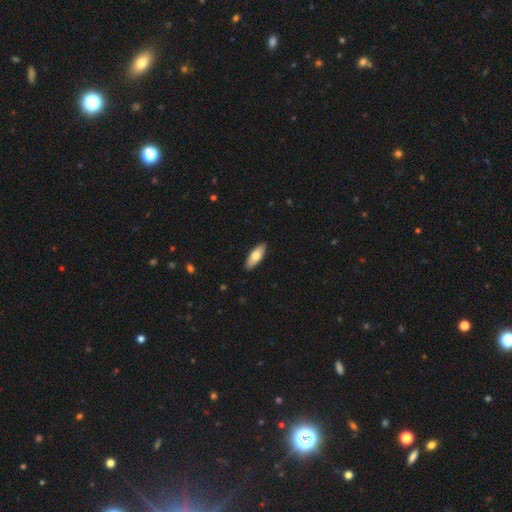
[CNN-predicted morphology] Smooth or featured? smooth (73%)
How rounded? in between (69%)
Merging? none (89%)